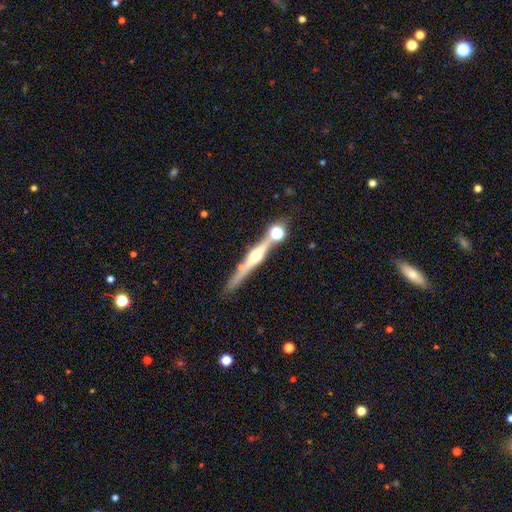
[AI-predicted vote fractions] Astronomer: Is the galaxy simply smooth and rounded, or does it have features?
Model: featured or disk — 74%.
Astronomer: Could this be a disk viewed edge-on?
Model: yes — 97%.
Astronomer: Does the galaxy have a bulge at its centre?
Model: rounded — 93%.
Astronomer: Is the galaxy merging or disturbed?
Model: none — 74%.